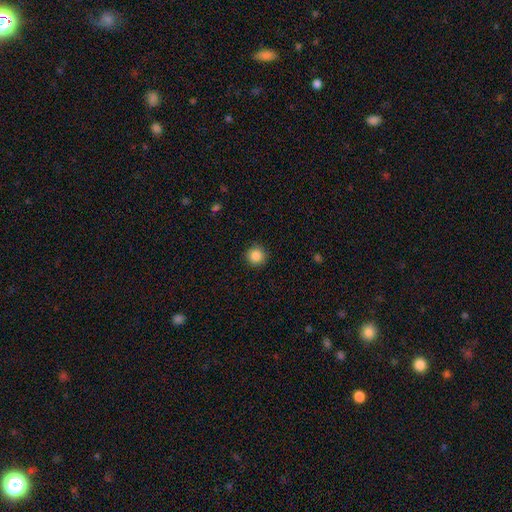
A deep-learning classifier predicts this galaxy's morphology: A smooth galaxy with no disk features (87%) that is round (94%).

Vote fractions:
- Smooth or featured? smooth: 87% / star or artifact: 10% / featured or disk: 3%
- How rounded? round: 94% / in between: 5% / cigar-shaped: 1%
- Merging? none: 91% / minor disturbance: 6% / major disturbance: 2% / merger: 1%